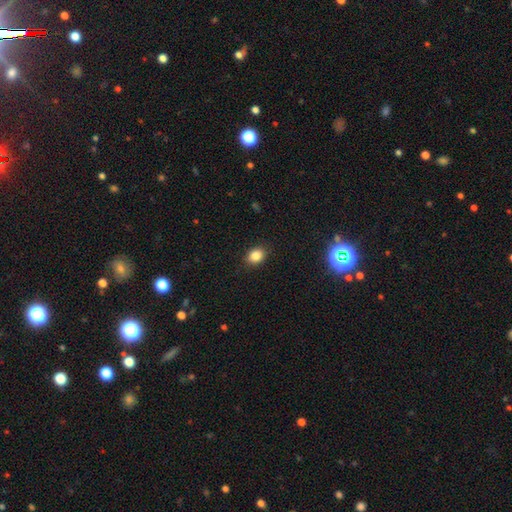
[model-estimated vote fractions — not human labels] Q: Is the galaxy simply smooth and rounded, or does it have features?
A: smooth — 84%.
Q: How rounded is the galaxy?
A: in between — 60%.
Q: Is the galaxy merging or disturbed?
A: none — 88%.